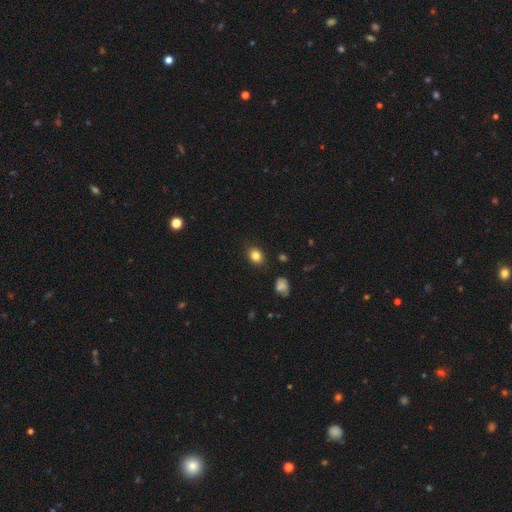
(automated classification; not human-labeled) Morphology: type=smooth (84%); roundness=in between (51%); merging=none (85%).